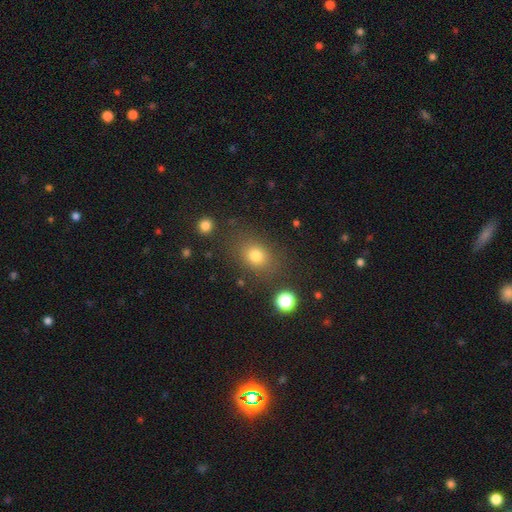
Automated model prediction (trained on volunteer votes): Smooth or featured? Predicted: smooth (p=0.76). How rounded? Predicted: in between (p=0.54). Merging? Predicted: none (p=0.79).